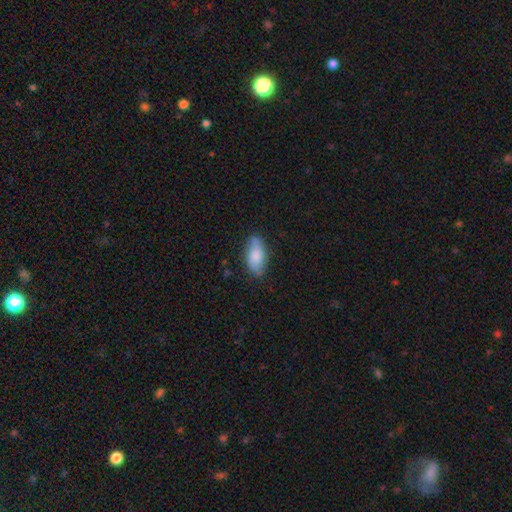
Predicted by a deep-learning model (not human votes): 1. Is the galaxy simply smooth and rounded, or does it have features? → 77% smooth, 16% featured or disk, 6% star or artifact.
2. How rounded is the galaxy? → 90% in between, 7% cigar-shaped, 3% round.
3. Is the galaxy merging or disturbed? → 75% none, 20% minor disturbance, 4% major disturbance, 2% merger.